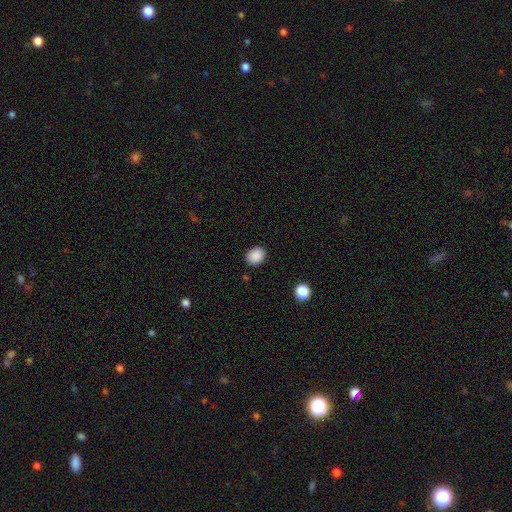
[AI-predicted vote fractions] A smooth galaxy with no disk features (89%) that is round (52%).

Vote fractions:
- Smooth or featured? smooth: 89% / star or artifact: 9% / featured or disk: 3%
- How rounded? round: 52% / in between: 48% / cigar-shaped: 1%
- Merging? none: 88% / minor disturbance: 8% / major disturbance: 2% / merger: 1%